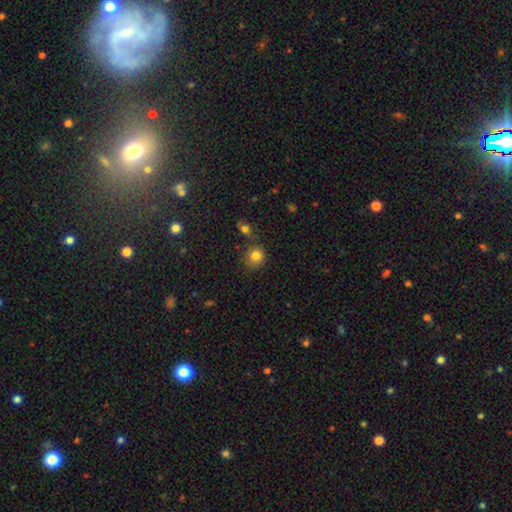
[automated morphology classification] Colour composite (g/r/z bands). It shows a smooth galaxy with no disk features (81%) that is round (84%). Merging: none (72%).